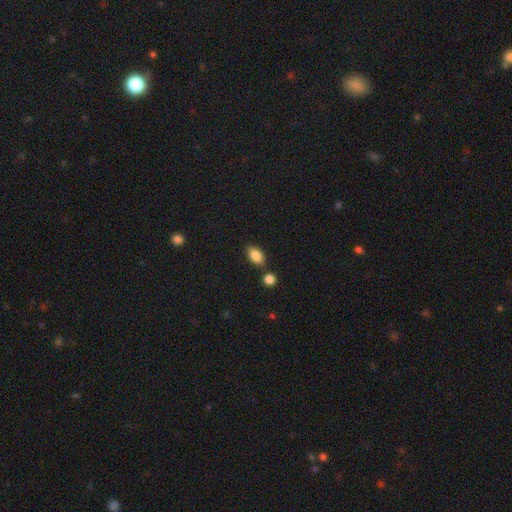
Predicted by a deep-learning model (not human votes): The model was most divided on "merging": none: 74%, minor disturbance: 12%, merger: 11%, major disturbance: 3%. More confident: how rounded — in between (87%); smooth or featured — smooth (86%).